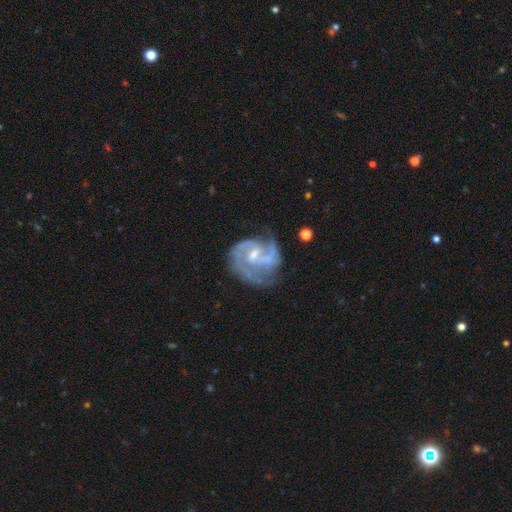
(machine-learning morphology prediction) Overall: featured or disk (86%). Edge-on disk: no (98%). Bar: weak (56%; no 29%). Spiral arms: yes (94%). Spiral arm count: 2 (56%; 3 17%). Spiral winding: medium (49%; tight 35%). Bulge size: small (47%; moderate 40%). Merging: none (52%; minor disturbance 23%).